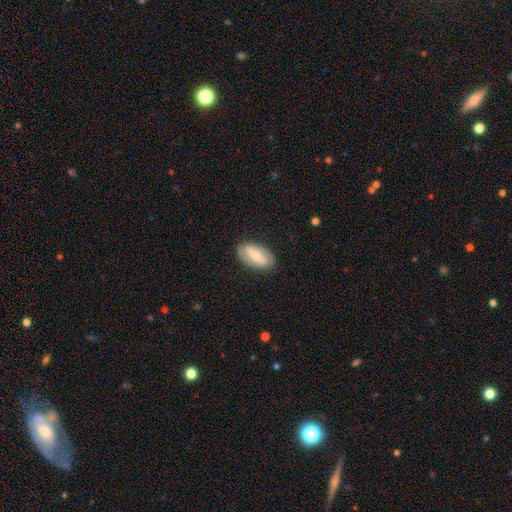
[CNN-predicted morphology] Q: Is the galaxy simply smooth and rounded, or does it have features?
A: smooth — 50%.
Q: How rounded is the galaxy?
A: in between — 87%.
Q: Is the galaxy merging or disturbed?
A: none — 84%.